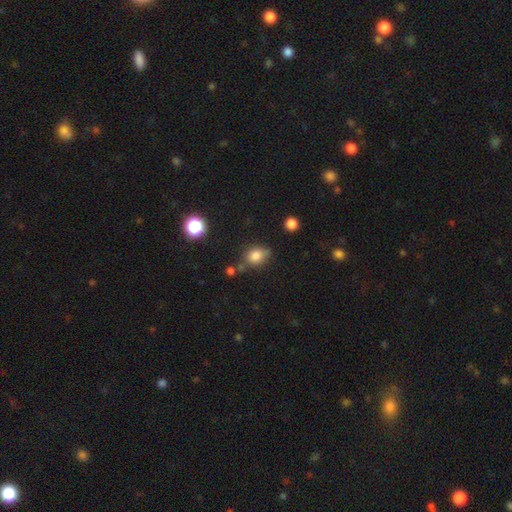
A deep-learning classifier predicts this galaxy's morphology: Smooth or featured? smooth (80%)
How rounded? in between (57%)
Merging? none (63%)